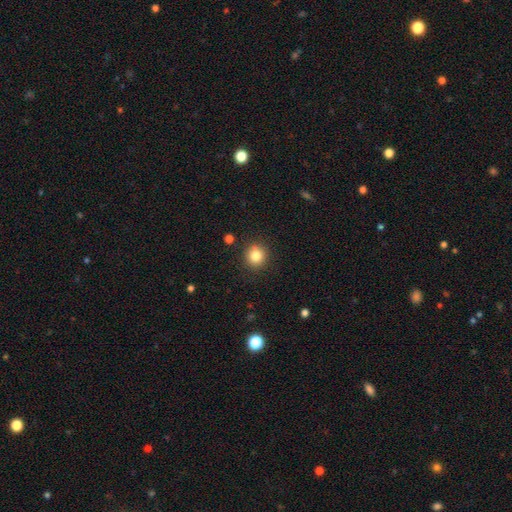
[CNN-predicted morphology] Smooth or featured?
  - smooth: 82% *
  - star or artifact: 11%
  - featured or disk: 6%
How rounded?
  - round: 90% *
  - in between: 10%
  - cigar-shaped: 1%
Merging?
  - none: 88% *
  - minor disturbance: 8%
  - merger: 2%
  - major disturbance: 2%